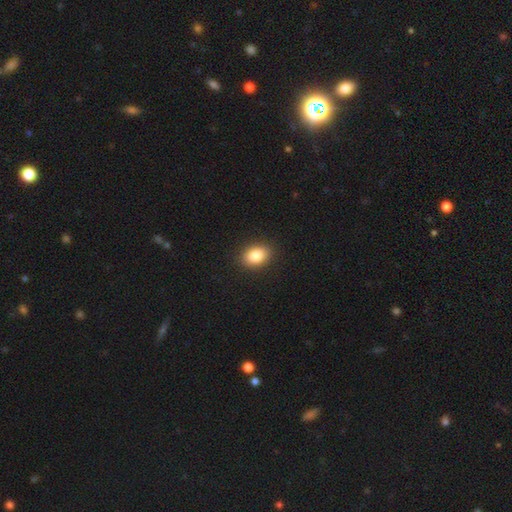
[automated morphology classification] smooth_or_featured: smooth (p=0.86) [alt: star or artifact p=0.08]
how_rounded: in between (p=0.78) [alt: round p=0.21]
merging: none (p=0.89) [alt: minor disturbance p=0.08]